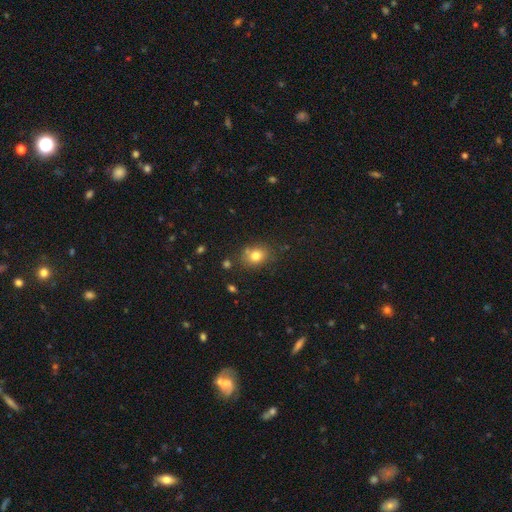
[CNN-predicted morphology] Smooth or featured? smooth (78%)
How rounded? round (51%)
Merging? none (74%)